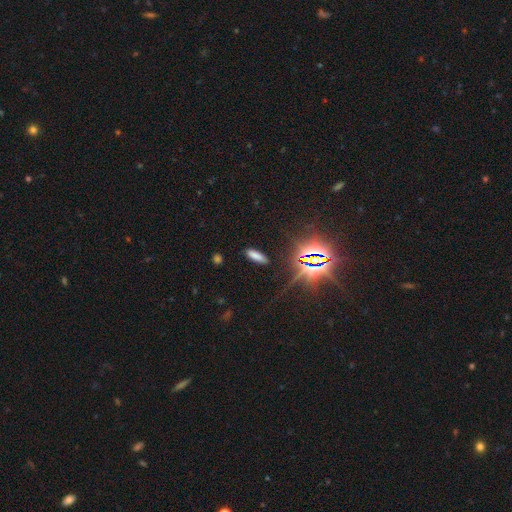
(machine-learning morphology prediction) smooth_or_featured: smooth (p=0.70) [alt: star or artifact p=0.23]
how_rounded: in between (p=0.50) [alt: cigar-shaped p=0.47]
merging: none (p=0.87) [alt: minor disturbance p=0.09]